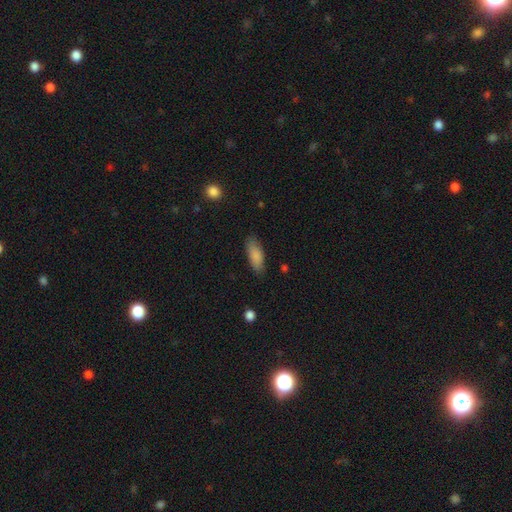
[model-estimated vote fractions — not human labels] A smooth galaxy with no disk features (86%) that is in between round and cigar-shaped (74%). Merging: none (81%).